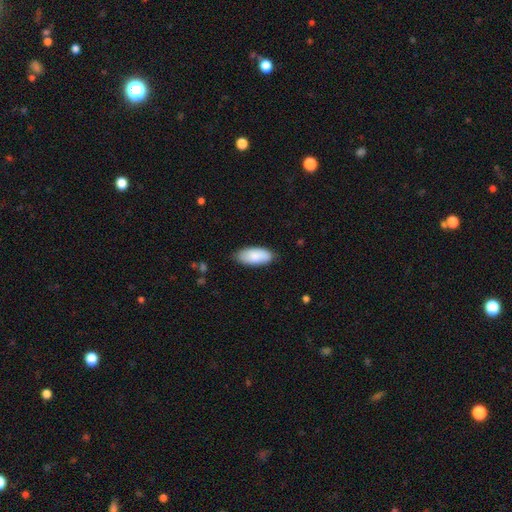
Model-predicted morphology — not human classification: smooth_or_featured: smooth (p=0.87) [alt: featured or disk p=0.07]
how_rounded: in between (p=0.90) [alt: cigar-shaped p=0.08]
merging: none (p=0.82) [alt: minor disturbance p=0.15]